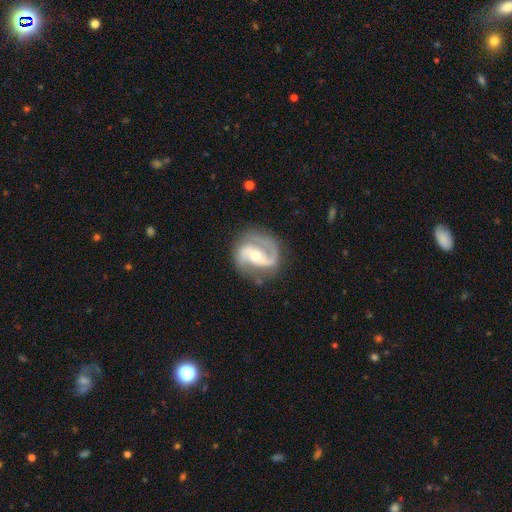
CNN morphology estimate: Smooth or featured? Predicted: featured or disk (p=0.90). Edge-on disk? Predicted: no (p=0.98). Bar? Predicted: weak (p=0.38). Spiral arms? Predicted: yes (p=0.97). Spiral winding? Predicted: medium (p=0.56). Spiral arm count? Predicted: 2 (p=0.90). Bulge size? Predicted: moderate (p=0.58). Merging? Predicted: none (p=0.78).